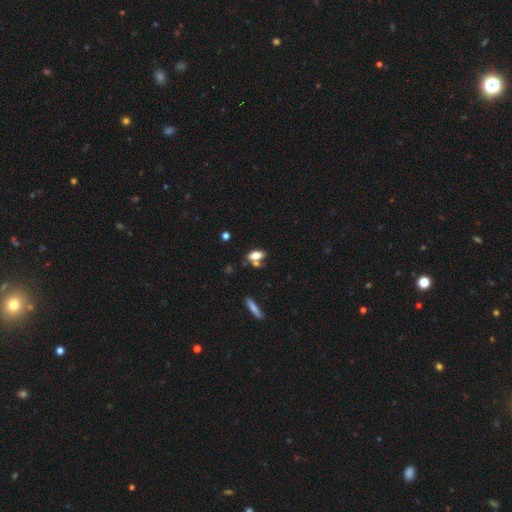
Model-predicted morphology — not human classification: A smooth galaxy with no disk features (69%) that is in between round and cigar-shaped (78%).

Vote fractions:
- Smooth or featured? smooth: 69% / featured or disk: 21% / star or artifact: 9%
- How rounded? in between: 78% / cigar-shaped: 17% / round: 6%
- Merging? none: 54% / merger: 25% / minor disturbance: 15% / major disturbance: 6%